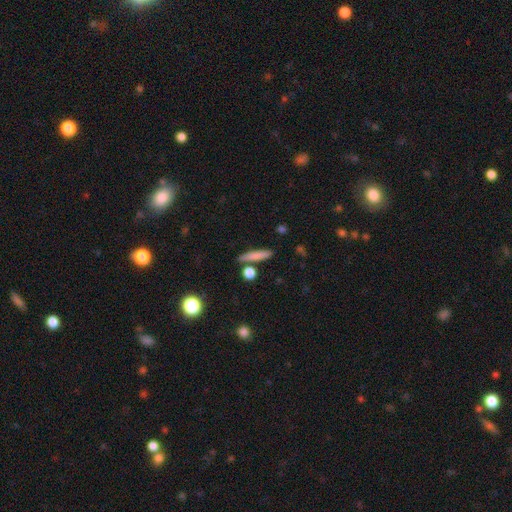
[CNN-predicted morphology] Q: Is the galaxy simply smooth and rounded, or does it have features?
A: smooth — 77%.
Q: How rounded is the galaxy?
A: cigar-shaped — 85%.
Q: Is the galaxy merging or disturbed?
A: none — 80%.